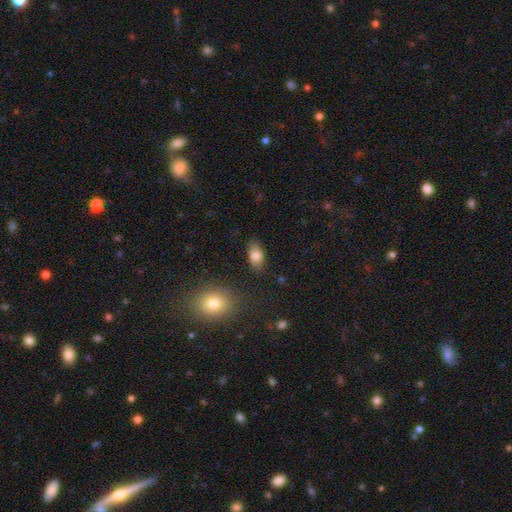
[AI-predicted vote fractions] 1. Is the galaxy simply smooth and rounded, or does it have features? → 82% smooth, 10% featured or disk, 8% star or artifact.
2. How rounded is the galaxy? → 90% in between, 7% round, 3% cigar-shaped.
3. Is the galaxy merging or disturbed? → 85% none, 11% minor disturbance, 3% major disturbance, 2% merger.